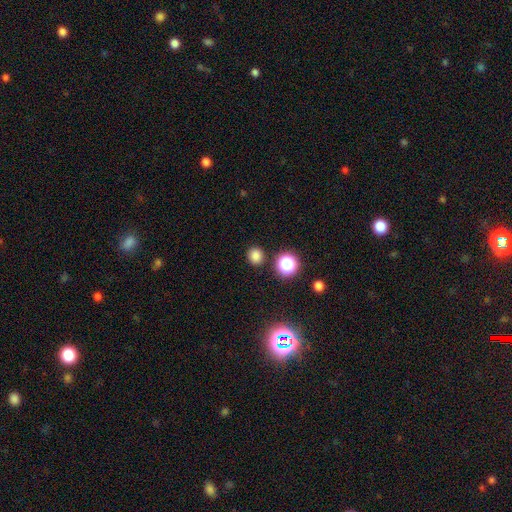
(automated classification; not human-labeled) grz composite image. It shows a smooth galaxy with no disk features (80%) that is round (85%). Merging: none (88%).